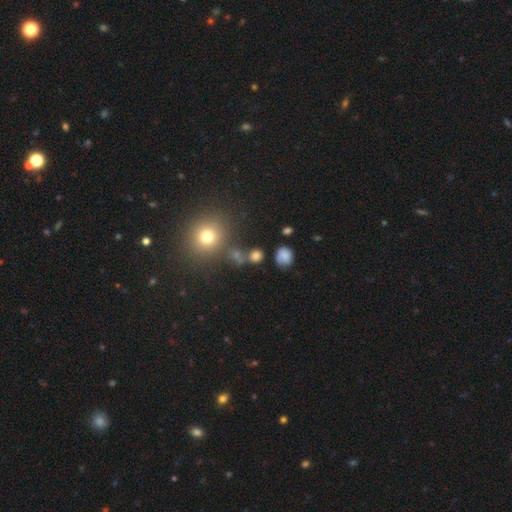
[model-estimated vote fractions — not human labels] Overall: smooth (61%; star or artifact 26%). How rounded: round (70%). Merging: none (68%).